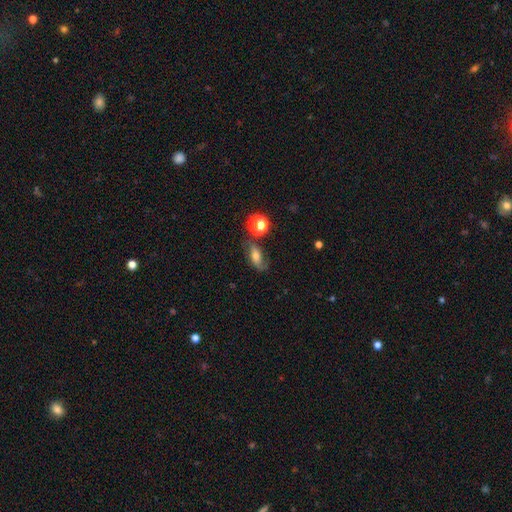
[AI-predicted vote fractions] This is possibly a featured or disk galaxy (50%). Merging: possibly none (59%).